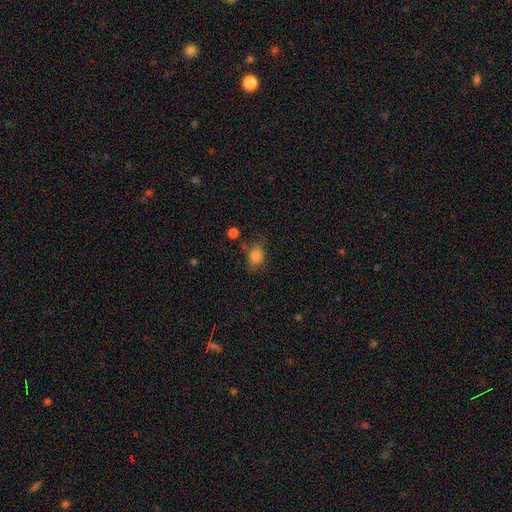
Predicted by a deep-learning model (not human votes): Smooth or featured? Predicted: smooth (p=0.83). How rounded? Predicted: in between (p=0.60). Merging? Predicted: none (p=0.66).